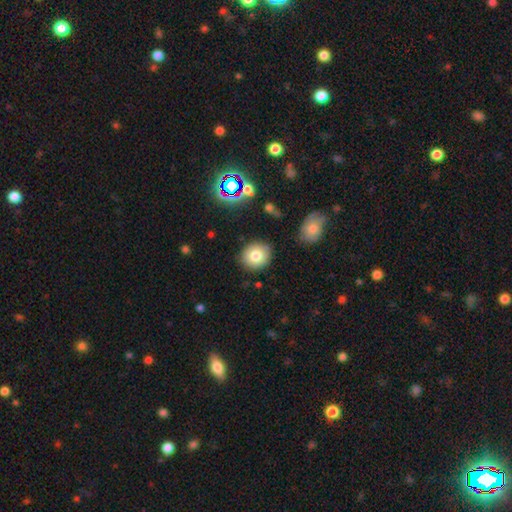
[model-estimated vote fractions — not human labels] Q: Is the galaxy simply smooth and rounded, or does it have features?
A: smooth — 77%.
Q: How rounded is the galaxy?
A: round — 80%.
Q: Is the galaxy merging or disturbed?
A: none — 86%.